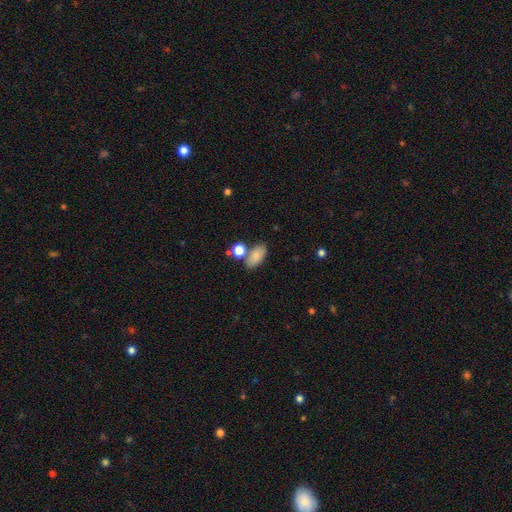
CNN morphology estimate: smooth_or_featured: smooth (p=0.84) [alt: star or artifact p=0.09]
how_rounded: in between (p=0.89) [alt: round p=0.08]
merging: none (p=0.62) [alt: merger p=0.18]